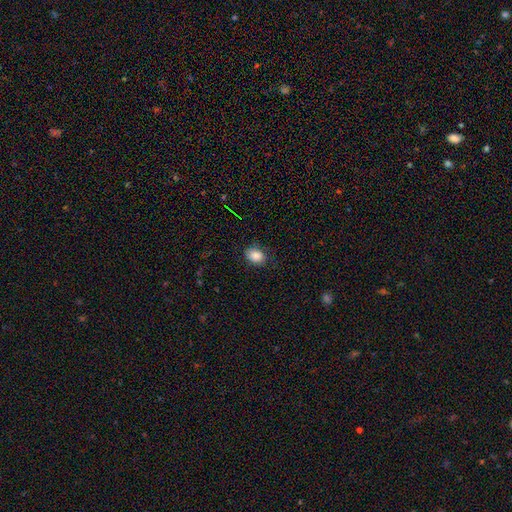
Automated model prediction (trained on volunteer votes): Smooth or featured? Predicted: smooth (p=0.83). How rounded? Predicted: in between (p=0.69). Merging? Predicted: none (p=0.74).